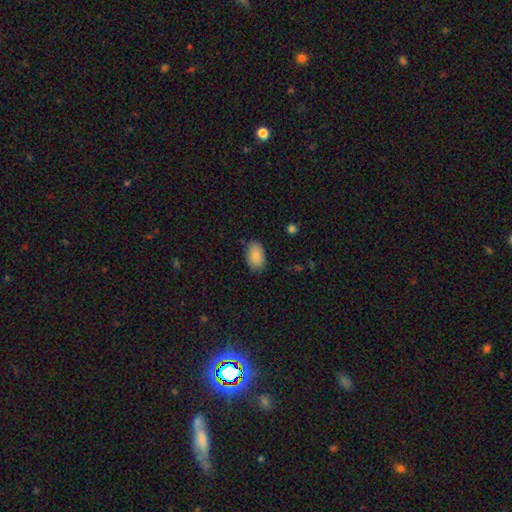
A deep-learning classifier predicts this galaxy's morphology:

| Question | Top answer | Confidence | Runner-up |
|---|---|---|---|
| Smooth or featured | smooth | 88% | star or artifact (7%) |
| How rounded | in between | 93% | round (6%) |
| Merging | none | 84% | minor disturbance (12%) |